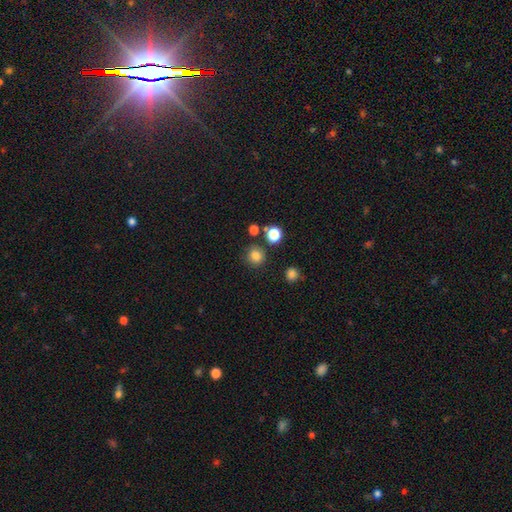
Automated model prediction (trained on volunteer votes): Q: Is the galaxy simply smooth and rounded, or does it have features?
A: smooth — 81%.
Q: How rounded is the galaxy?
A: round — 91%.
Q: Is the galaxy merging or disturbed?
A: none — 82%.